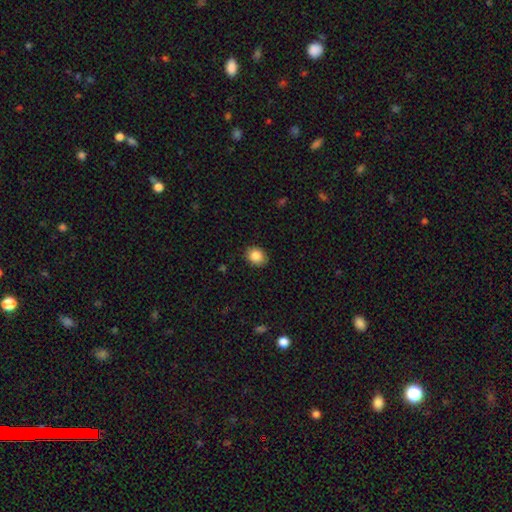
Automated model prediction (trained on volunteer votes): This appears to be a smooth galaxy with no disk features (87%) that is round (53%). Merging: none (87%).